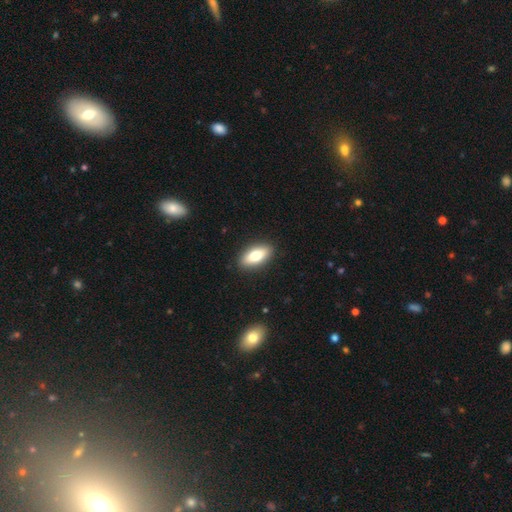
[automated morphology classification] A smooth galaxy with no disk features (75%) that is in between round and cigar-shaped (85%).

Vote fractions:
- Smooth or featured? smooth: 75% / featured or disk: 19% / star or artifact: 7%
- How rounded? in between: 85% / cigar-shaped: 11% / round: 4%
- Merging? none: 90% / minor disturbance: 7% / major disturbance: 2% / merger: 1%